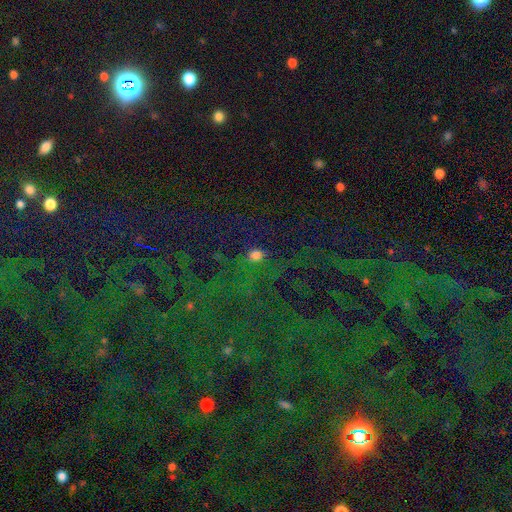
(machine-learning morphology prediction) Smooth or featured?
  - smooth: 58% *
  - star or artifact: 34%
  - featured or disk: 8%
How rounded?
  - round: 58% *
  - in between: 40%
  - cigar-shaped: 3%
Merging?
  - none: 73% *
  - minor disturbance: 14%
  - major disturbance: 9%
  - merger: 5%